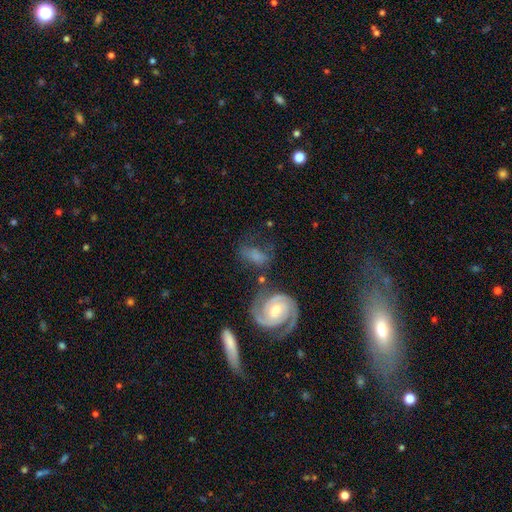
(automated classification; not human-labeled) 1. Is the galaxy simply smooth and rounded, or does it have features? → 59% featured or disk, 32% smooth, 10% star or artifact.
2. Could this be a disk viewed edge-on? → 96% no, 4% yes.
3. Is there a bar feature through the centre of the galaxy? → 50% no, 36% weak, 14% strong.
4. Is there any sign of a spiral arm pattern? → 88% yes, 12% no.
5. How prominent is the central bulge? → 45% moderate, 41% small, 7% none, 5% large, 2% dominant.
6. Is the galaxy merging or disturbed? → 45% none, 22% minor disturbance, 17% major disturbance, 16% merger.